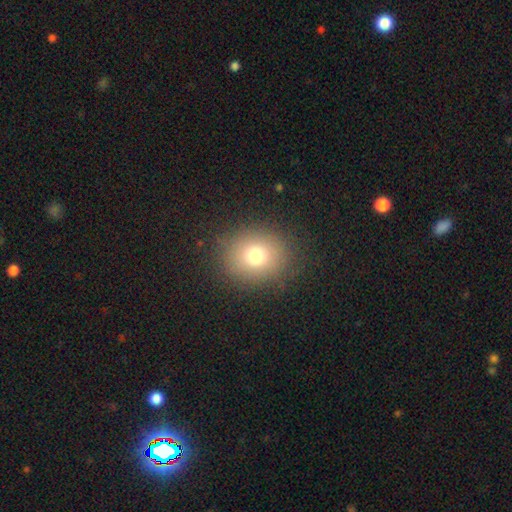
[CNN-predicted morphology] Smooth or featured: smooth — 73% (star or artifact — 16%)
How rounded: round — 74% (in between — 25%)
Merging: none — 85% (minor disturbance — 9%)